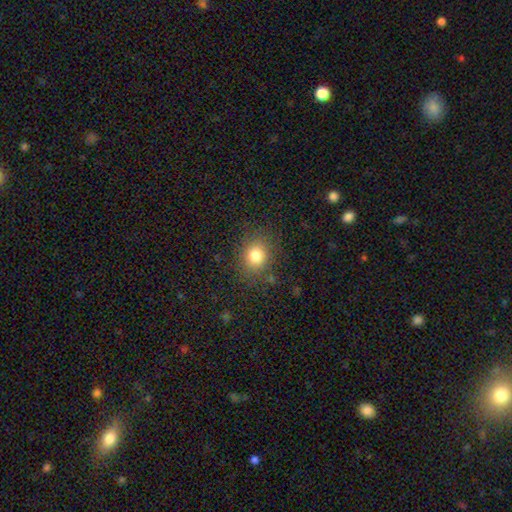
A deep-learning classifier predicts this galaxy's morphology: smooth-or-featured: smooth: 81% | star or artifact: 12% | featured or disk: 7%
  how-rounded: round: 63% | in between: 36% | cigar-shaped: 1%
  merging: none: 83% | minor disturbance: 11% | major disturbance: 4% | merger: 2%